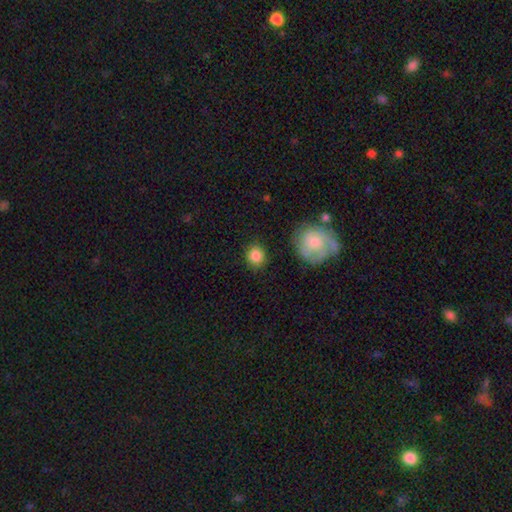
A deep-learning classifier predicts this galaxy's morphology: Smooth or featured?
  - smooth: 86% *
  - star or artifact: 8%
  - featured or disk: 6%
How rounded?
  - round: 81% *
  - in between: 18%
  - cigar-shaped: 1%
Merging?
  - none: 86% *
  - minor disturbance: 9%
  - major disturbance: 3%
  - merger: 2%